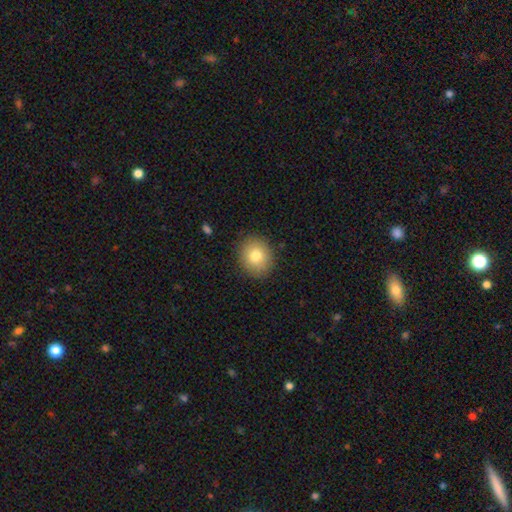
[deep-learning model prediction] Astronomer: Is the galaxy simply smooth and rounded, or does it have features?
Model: smooth — 78%.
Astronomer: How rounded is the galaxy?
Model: round — 76%.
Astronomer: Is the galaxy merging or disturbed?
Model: none — 89%.